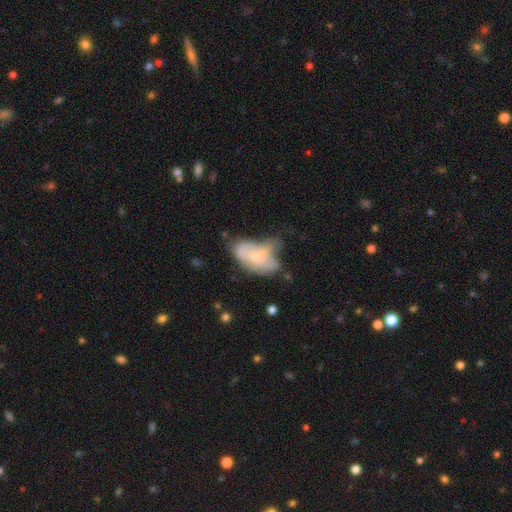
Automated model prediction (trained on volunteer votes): A smooth galaxy with no disk features (49%).

Vote fractions:
- Smooth or featured? smooth: 49% / featured or disk: 42% / star or artifact: 9%
- Merging? merger: 32% / minor disturbance: 24% / major disturbance: 22% / none: 22%